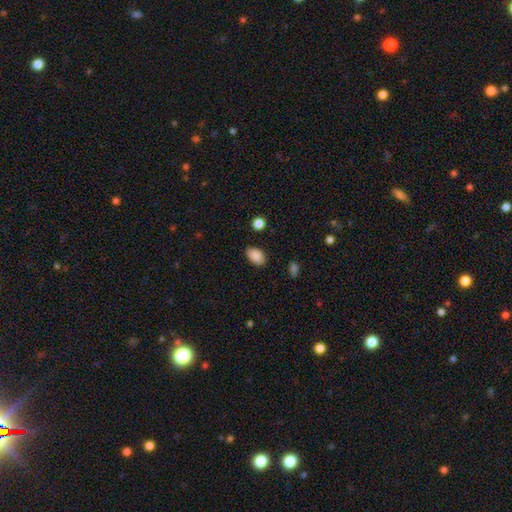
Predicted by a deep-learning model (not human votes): Overall: smooth (88%). How rounded: in between (88%). Merging: none (83%).